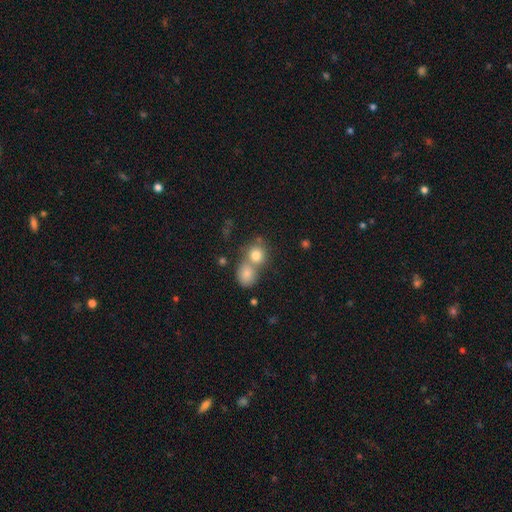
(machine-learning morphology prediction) This is likely a smooth galaxy (79%). How rounded: likely round (75%). Merging: possibly merger (52%).